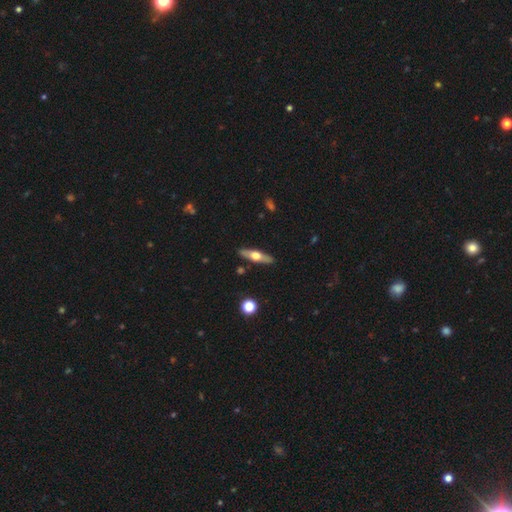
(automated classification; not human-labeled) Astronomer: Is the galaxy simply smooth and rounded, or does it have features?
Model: featured or disk — 56% (runner-up: smooth, 38%).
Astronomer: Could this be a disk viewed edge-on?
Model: yes — 90%.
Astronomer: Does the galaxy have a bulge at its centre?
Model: rounded — 95%.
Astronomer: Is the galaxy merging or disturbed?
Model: none — 89%.